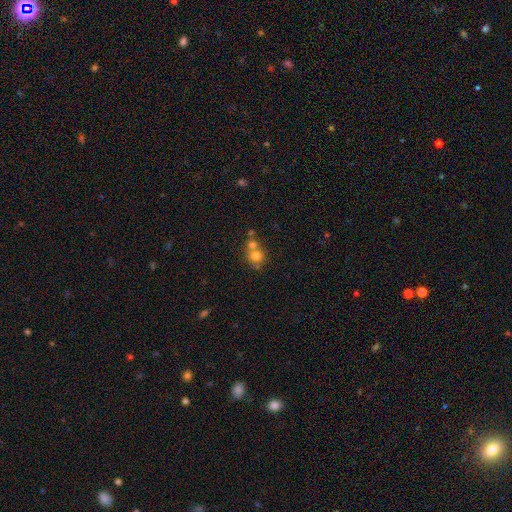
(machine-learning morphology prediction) Overall: smooth (72%). How rounded: round (83%). Merging: merger (48%; none 42%).